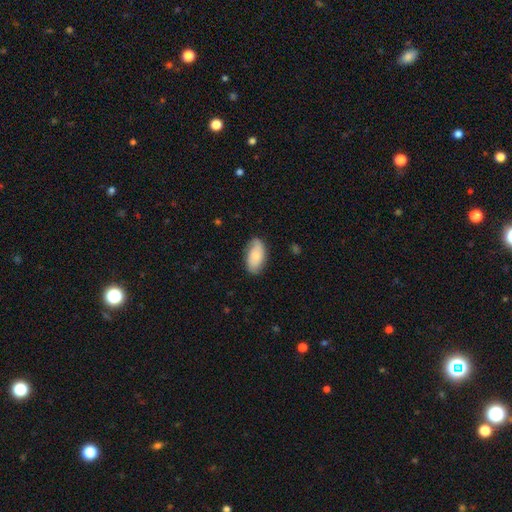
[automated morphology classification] A smooth galaxy with no disk features (63%) that is in between round and cigar-shaped (94%).

Vote fractions:
- Smooth or featured? smooth: 63% / featured or disk: 30% / star or artifact: 6%
- How rounded? in between: 94% / round: 3% / cigar-shaped: 3%
- Merging? none: 75% / minor disturbance: 19% / major disturbance: 4% / merger: 1%